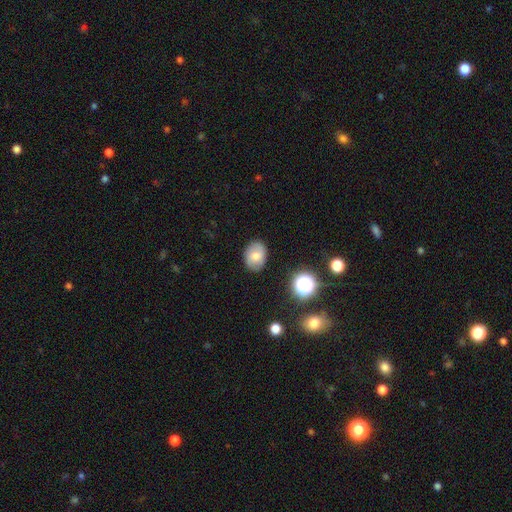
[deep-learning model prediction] A smooth galaxy with no disk features (70%) that is in between round and cigar-shaped (64%).

Vote fractions:
- Smooth or featured? smooth: 70% / featured or disk: 19% / star or artifact: 11%
- How rounded? in between: 64% / round: 35% / cigar-shaped: 1%
- Merging? none: 85% / minor disturbance: 11% / major disturbance: 3% / merger: 1%